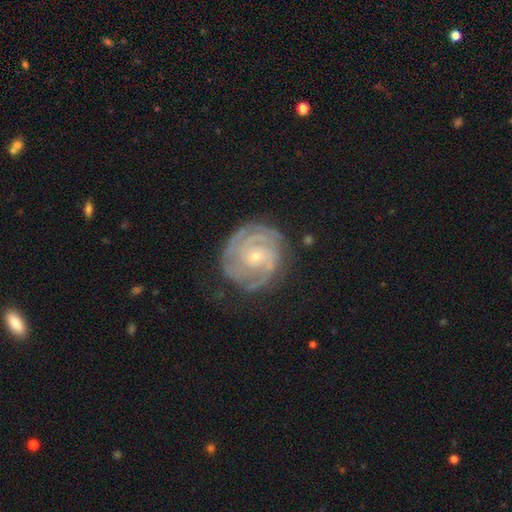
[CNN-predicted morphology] type=featured or disk (88%); edge-on=no (98%); bar=no (71%); spiral arms=yes (97%); winding=tight (77%); arm count=2 (32%); bulge=small (78%); merging=none (74%).